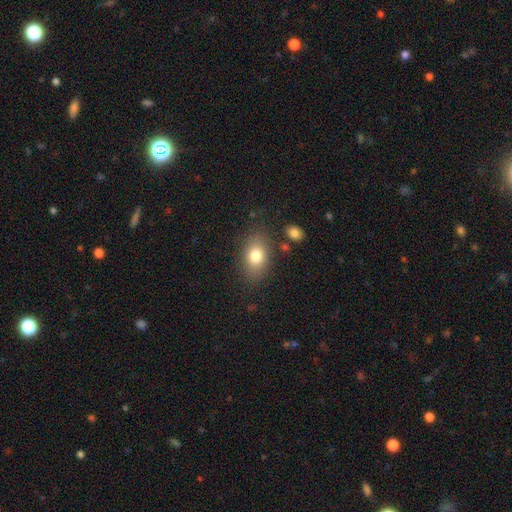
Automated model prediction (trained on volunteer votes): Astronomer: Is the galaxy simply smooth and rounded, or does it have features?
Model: smooth — 79%.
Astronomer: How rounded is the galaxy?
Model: in between — 83%.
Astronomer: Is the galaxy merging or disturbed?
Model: none — 82%.